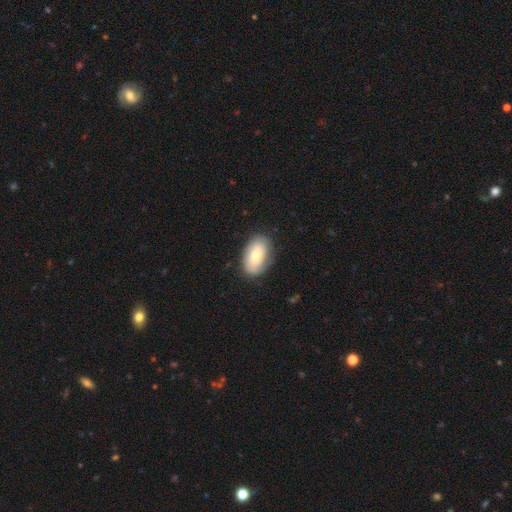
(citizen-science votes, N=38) Smooth or featured? 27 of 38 (71%) said smooth. How rounded? 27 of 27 (100%) said in between. Merging? 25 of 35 (71%) said none.